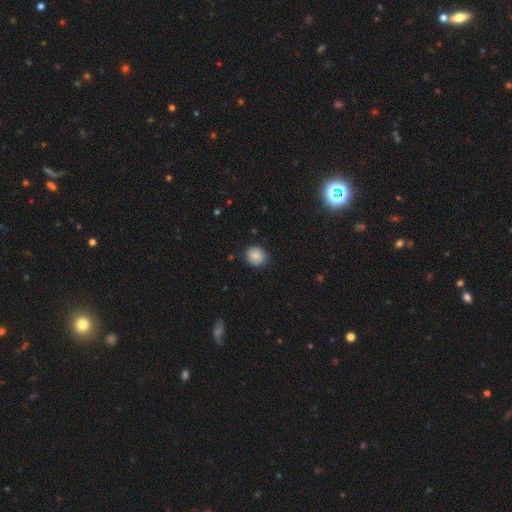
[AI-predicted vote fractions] Morphology: type=smooth (86%); roundness=round (80%); merging=none (88%).